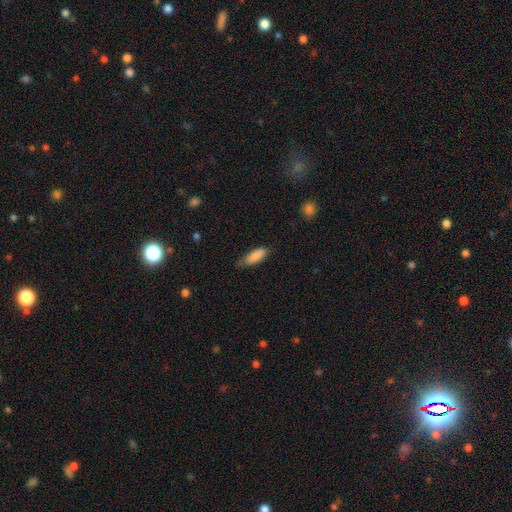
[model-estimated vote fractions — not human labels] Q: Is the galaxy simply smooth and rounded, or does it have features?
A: smooth — 86%.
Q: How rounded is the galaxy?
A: in between — 67%.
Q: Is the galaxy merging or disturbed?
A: none — 69%.